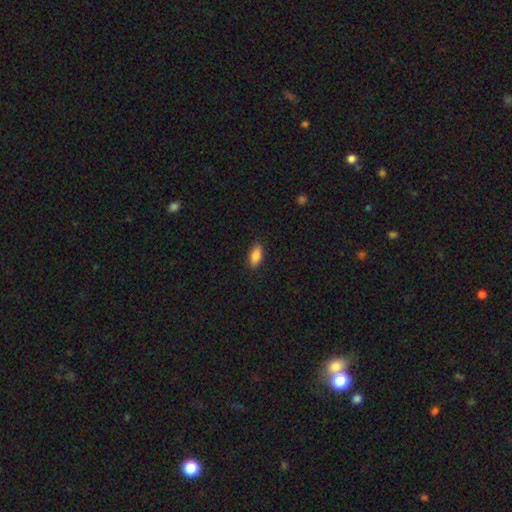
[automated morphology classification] smooth-or-featured: smooth: 87% | star or artifact: 7% | featured or disk: 6%
  how-rounded: in between: 88% | cigar-shaped: 10% | round: 3%
  merging: none: 88% | minor disturbance: 9% | major disturbance: 2% | merger: 1%